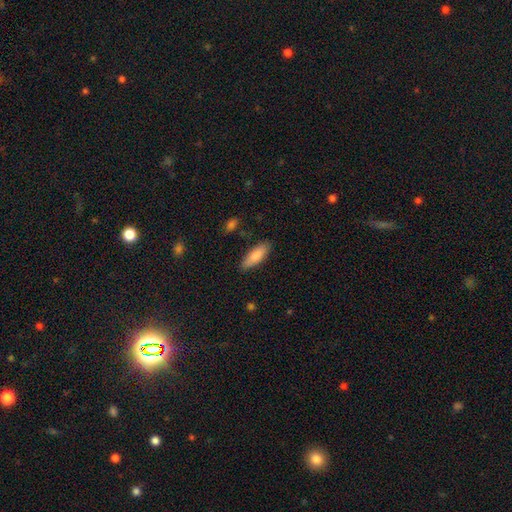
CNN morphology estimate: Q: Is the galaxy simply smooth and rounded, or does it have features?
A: smooth — 83%.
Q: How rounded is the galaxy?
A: in between — 58%.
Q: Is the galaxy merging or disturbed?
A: none — 85%.